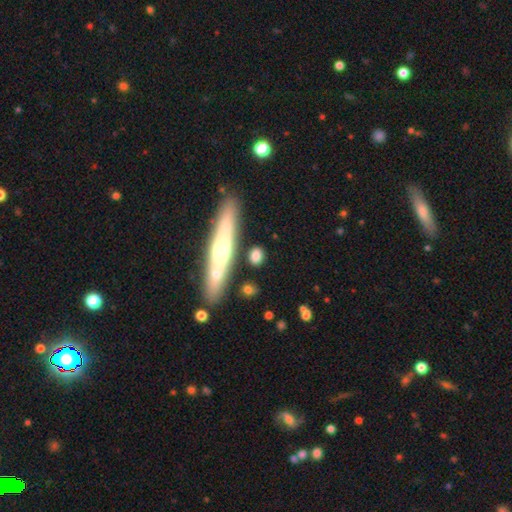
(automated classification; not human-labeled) Morphology: type=smooth (71%); roundness=round (38%); merging=none (81%).